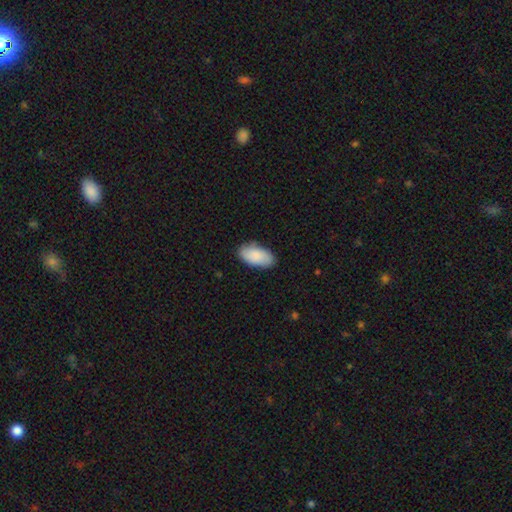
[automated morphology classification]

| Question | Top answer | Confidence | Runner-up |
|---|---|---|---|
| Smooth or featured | smooth | 86% | featured or disk (9%) |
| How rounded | in between | 95% | round (3%) |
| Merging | none | 83% | minor disturbance (14%) |